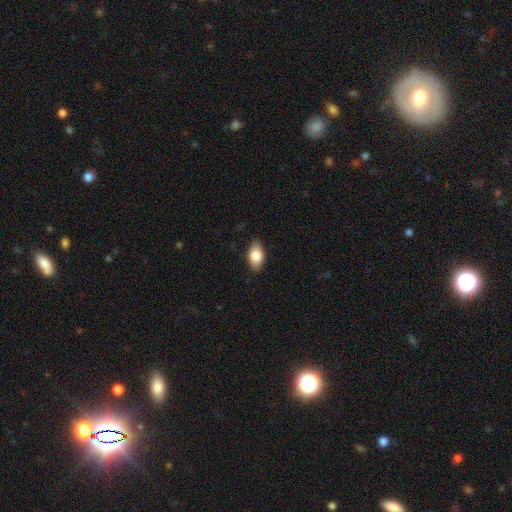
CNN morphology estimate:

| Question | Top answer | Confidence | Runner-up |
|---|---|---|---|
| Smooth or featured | smooth | 80% | featured or disk (13%) |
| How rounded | in between | 91% | round (6%) |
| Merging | none | 85% | minor disturbance (12%) |